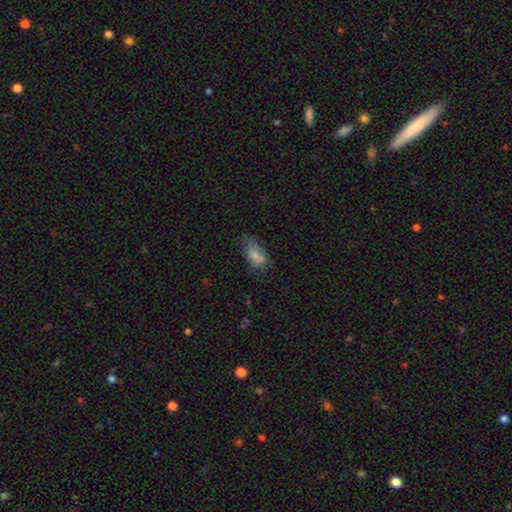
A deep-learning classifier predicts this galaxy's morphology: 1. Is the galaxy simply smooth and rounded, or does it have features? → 73% smooth, 16% featured or disk, 11% star or artifact.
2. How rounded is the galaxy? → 89% in between, 6% round, 5% cigar-shaped.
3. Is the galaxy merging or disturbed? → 43% none, 33% minor disturbance, 20% major disturbance, 4% merger.